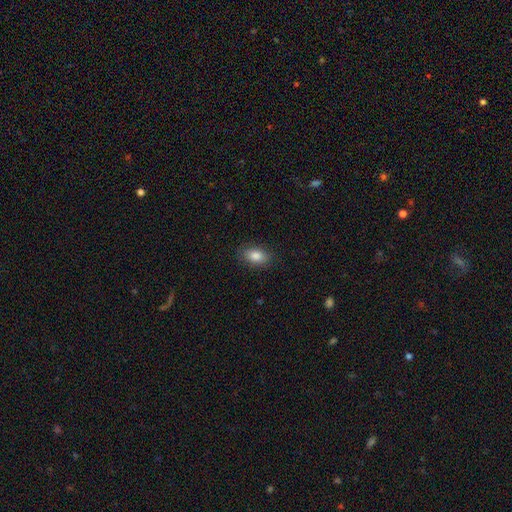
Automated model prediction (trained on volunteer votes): Smooth or featured?
  - smooth: 85% *
  - star or artifact: 8%
  - featured or disk: 7%
How rounded?
  - in between: 87% *
  - round: 10%
  - cigar-shaped: 3%
Merging?
  - none: 86% *
  - minor disturbance: 10%
  - major disturbance: 3%
  - merger: 1%